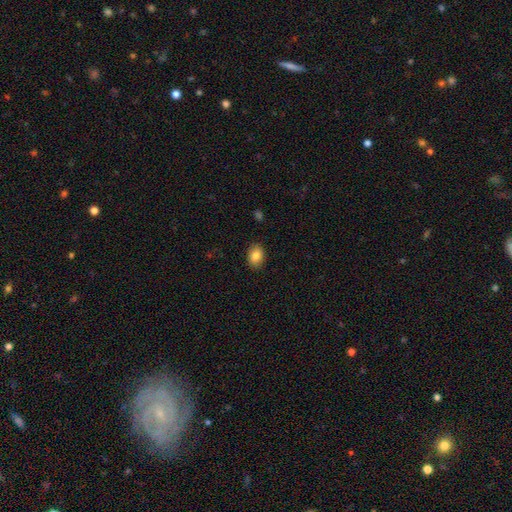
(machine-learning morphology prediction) This appears to be a smooth galaxy with no disk features (85%) that is in between round and cigar-shaped (75%). Merging: none (89%).